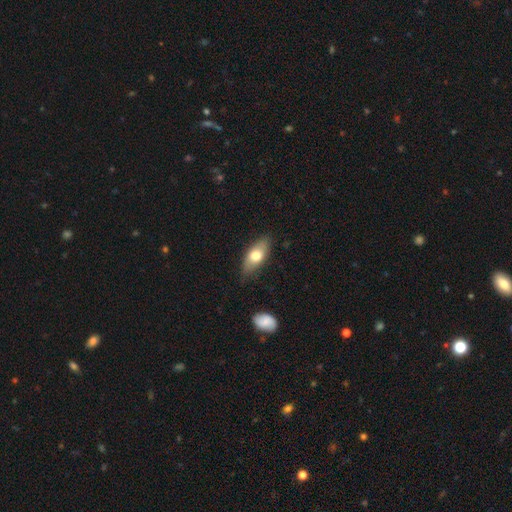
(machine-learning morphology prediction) The model was most divided on "smooth or featured": smooth: 69%, featured or disk: 25%, star or artifact: 6%. More confident: how rounded — in between (82%); merging — none (78%).